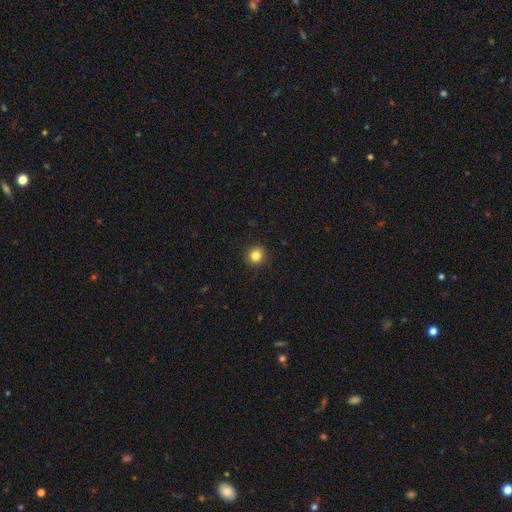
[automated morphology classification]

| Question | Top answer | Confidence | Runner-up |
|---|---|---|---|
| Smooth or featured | smooth | 84% | star or artifact (11%) |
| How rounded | round | 90% | in between (9%) |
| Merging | none | 91% | minor disturbance (6%) |